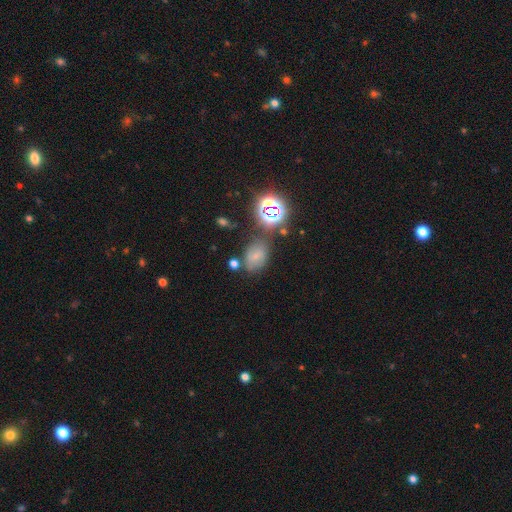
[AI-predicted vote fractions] A smooth galaxy with no disk features (58%) that is in between round and cigar-shaped (72%). Merging: none (62%).